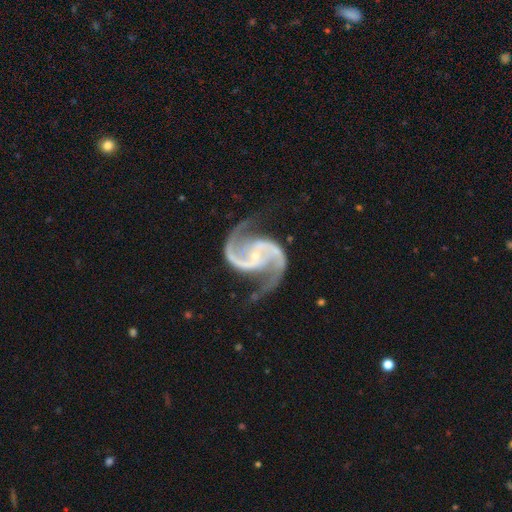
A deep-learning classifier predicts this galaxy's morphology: A featured or disk galaxy (95%) with no bar (41%), 2 (94%) medium (62%) spiral arms (99%) and a small central bulge (80%).

Vote fractions:
- Smooth or featured? featured or disk: 95% / star or artifact: 4% / smooth: 2%
- Edge-on disk? no: 98% / yes: 2%
- Bar? no: 41% / weak: 34% / strong: 24%
- Spiral arms? yes: 99% / no: 1%
- Spiral winding? medium: 62% / loose: 27% / tight: 11%
- Spiral arm count? 2: 94% / 3: 1% / can't tell: 1% / 1: 1% / 4: 1% / more than 4: 1%
- Bulge size? small: 80% / moderate: 14% / none: 4% / large: 1% / dominant: 1%
- Merging? none: 75% / minor disturbance: 15% / major disturbance: 8% / merger: 2%